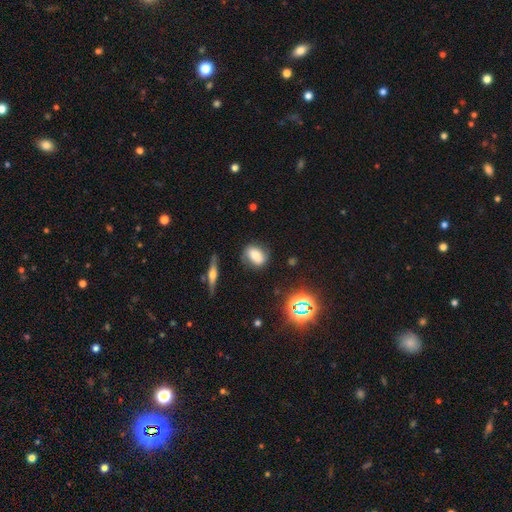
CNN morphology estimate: A smooth galaxy with no disk features (69%) that is in between round and cigar-shaped (73%).

Vote fractions:
- Smooth or featured? smooth: 69% / featured or disk: 18% / star or artifact: 14%
- How rounded? in between: 73% / round: 22% / cigar-shaped: 5%
- Merging? none: 71% / minor disturbance: 20% / major disturbance: 6% / merger: 3%